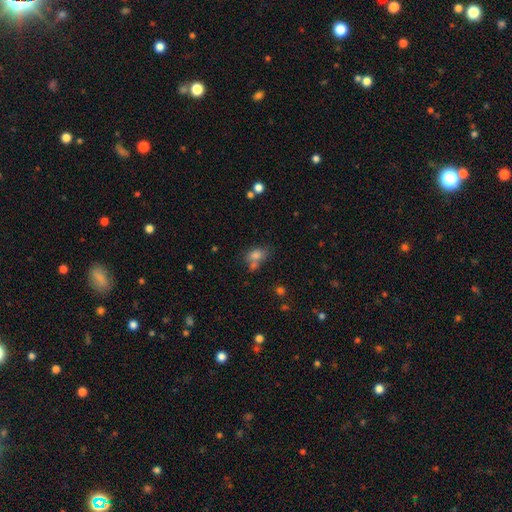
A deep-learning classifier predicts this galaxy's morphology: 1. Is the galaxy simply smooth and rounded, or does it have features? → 77% smooth, 12% star or artifact, 11% featured or disk.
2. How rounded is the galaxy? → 76% in between, 22% round, 2% cigar-shaped.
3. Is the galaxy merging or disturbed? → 45% none, 33% merger, 16% minor disturbance, 7% major disturbance.